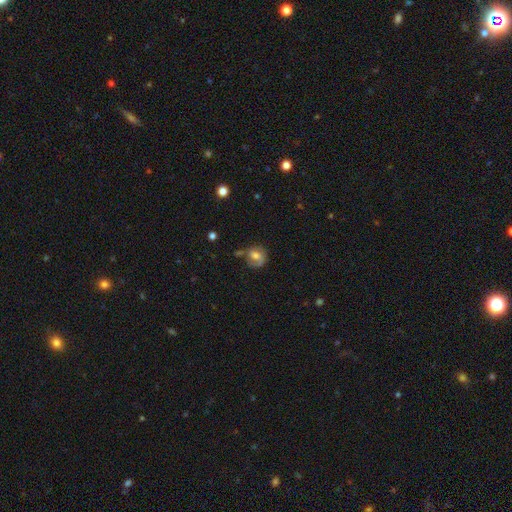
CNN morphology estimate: Smooth or featured: smooth — 53% (featured or disk — 37%)
How rounded: round — 62% (in between — 37%)
Merging: none — 45% (minor disturbance — 27%)